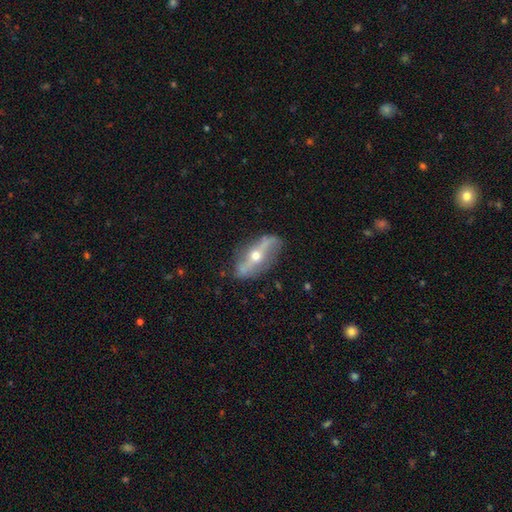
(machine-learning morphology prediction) Smooth or featured? featured or disk (76%)
Edge-on disk? no (55%)
Merging? none (76%)